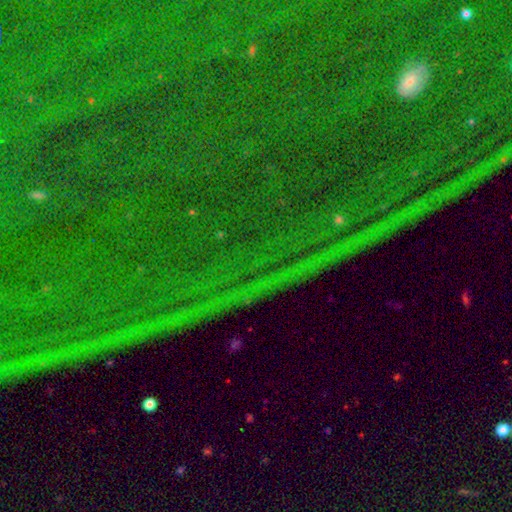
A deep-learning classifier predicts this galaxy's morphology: Smooth or featured? Predicted: star or artifact (p=0.84).